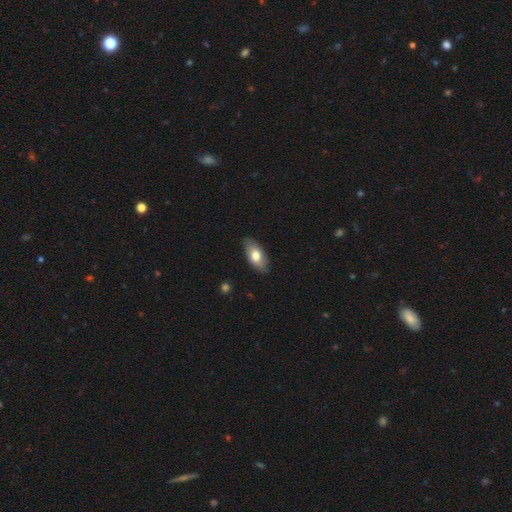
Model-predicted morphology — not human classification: A smooth galaxy with no disk features (70%) that is in between round and cigar-shaped (91%).

Vote fractions:
- Smooth or featured? smooth: 70% / featured or disk: 24% / star or artifact: 6%
- How rounded? in between: 91% / cigar-shaped: 6% / round: 3%
- Merging? none: 85% / minor disturbance: 12% / major disturbance: 2% / merger: 1%